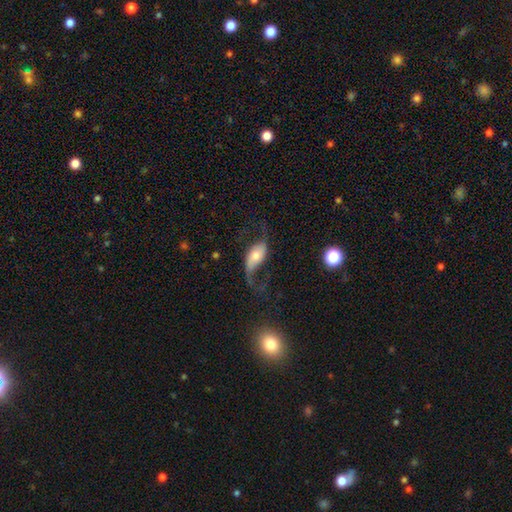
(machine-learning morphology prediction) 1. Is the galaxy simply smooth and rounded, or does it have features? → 67% featured or disk, 26% smooth, 7% star or artifact.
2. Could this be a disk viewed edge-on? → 92% no, 8% yes.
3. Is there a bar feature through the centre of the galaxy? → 52% no, 29% weak, 18% strong.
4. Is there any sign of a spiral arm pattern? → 88% yes, 12% no.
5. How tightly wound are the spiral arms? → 87% loose, 10% medium, 3% tight.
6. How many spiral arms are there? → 87% 2, 8% 1, 3% can't tell, 1% 3, 1% 4, 1% more than 4.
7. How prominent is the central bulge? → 52% moderate, 28% small, 13% large, 4% dominant, 3% none.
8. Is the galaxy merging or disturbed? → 52% none, 26% major disturbance, 19% minor disturbance, 3% merger.